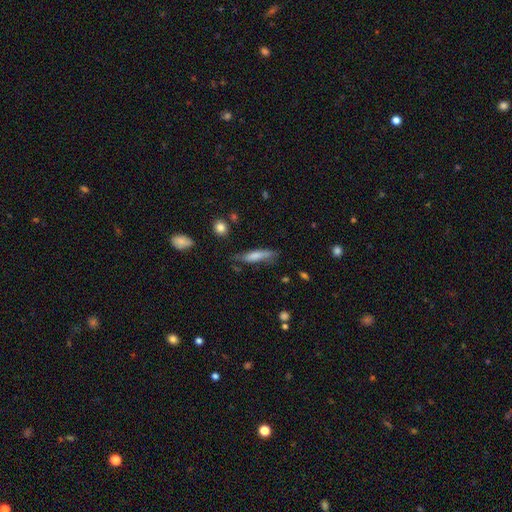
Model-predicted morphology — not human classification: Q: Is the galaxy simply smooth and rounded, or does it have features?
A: smooth — 69%.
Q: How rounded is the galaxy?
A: cigar-shaped — 79%.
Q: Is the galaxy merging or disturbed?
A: none — 64%.